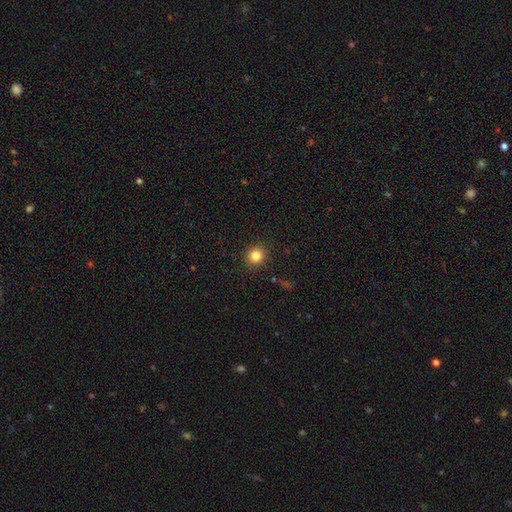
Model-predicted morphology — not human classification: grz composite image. It shows a smooth galaxy with no disk features (83%) that is round (88%). Merging: none (91%).